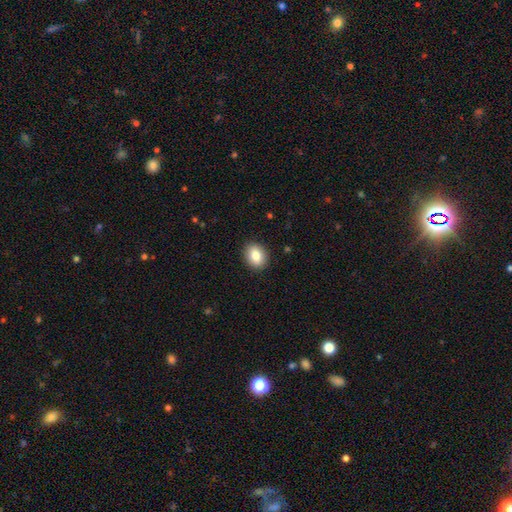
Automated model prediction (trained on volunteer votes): The model was most divided on "how rounded": in between: 58%, round: 41%, cigar-shaped: 1%. More confident: merging — none (91%); smooth or featured — smooth (84%).